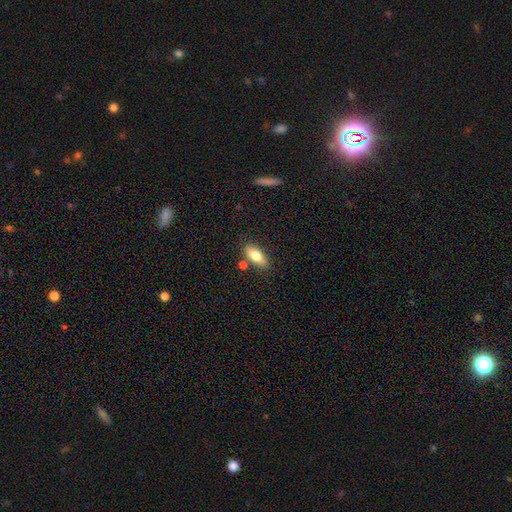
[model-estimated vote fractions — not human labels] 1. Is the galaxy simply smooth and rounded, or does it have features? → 74% smooth, 19% featured or disk, 7% star or artifact.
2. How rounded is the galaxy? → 79% in between, 18% cigar-shaped, 3% round.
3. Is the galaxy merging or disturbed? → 77% none, 12% minor disturbance, 8% merger, 3% major disturbance.